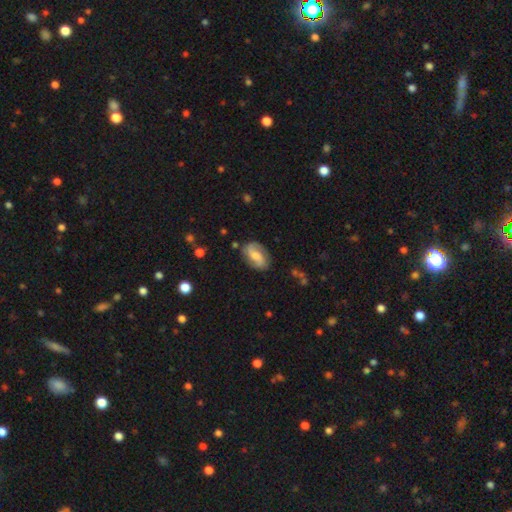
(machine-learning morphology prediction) featured or disk 61%, smooth 32%, star or artifact 7%. Down the decision tree: edge-on disk — no (96%); bar — weak (43%); spiral arms — yes (88%); spiral arm count — 2 (86%); spiral winding — loose (44%); bulge size — moderate (50%); merging — none (77%).